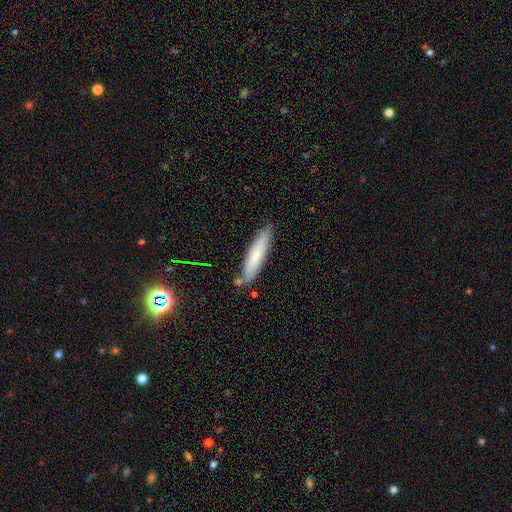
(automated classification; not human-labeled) smooth 70%, featured or disk 23%, star or artifact 7%. Down the decision tree: how rounded — cigar-shaped (84%); merging — none (80%).